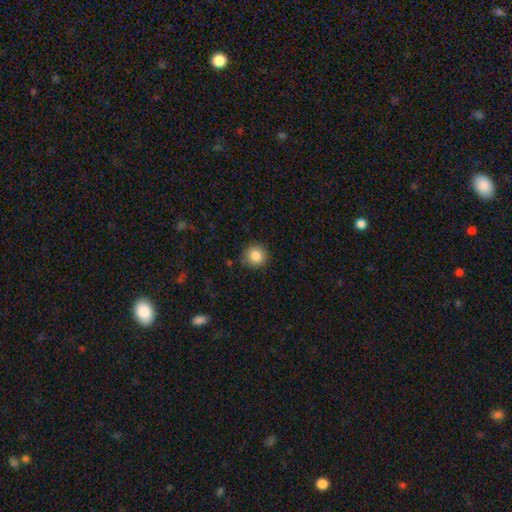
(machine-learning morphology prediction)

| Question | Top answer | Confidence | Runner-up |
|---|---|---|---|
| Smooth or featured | smooth | 85% | star or artifact (9%) |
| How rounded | round | 93% | in between (6%) |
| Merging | none | 86% | minor disturbance (10%) |